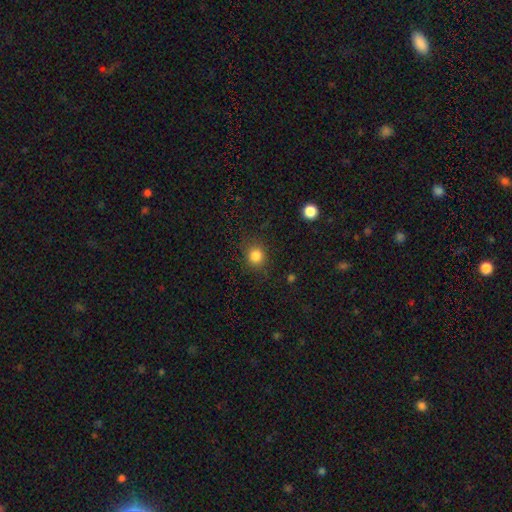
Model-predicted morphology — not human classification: Smooth or featured? smooth (83%)
How rounded? round (85%)
Merging? none (84%)